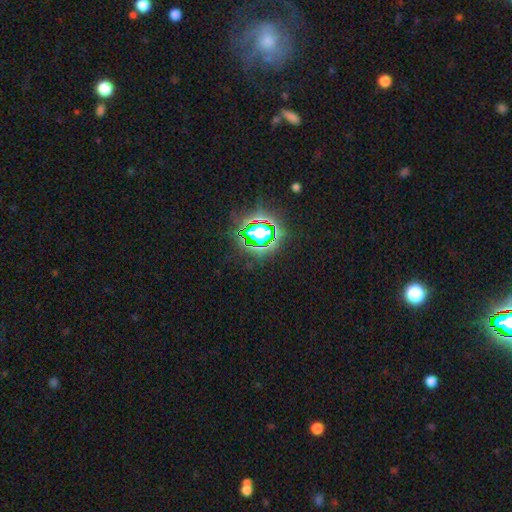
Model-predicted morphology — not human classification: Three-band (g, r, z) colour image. It shows a star or artifact, not a galaxy (80%).